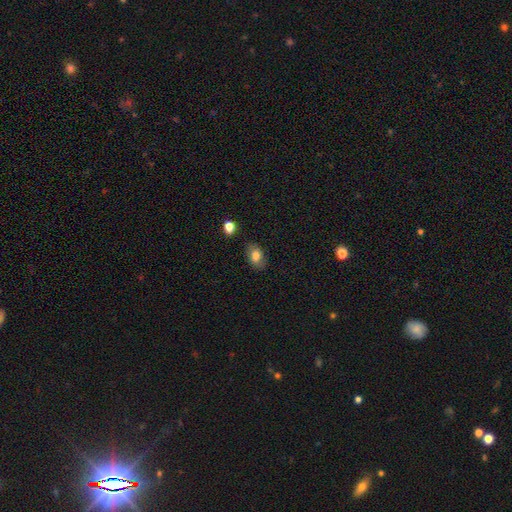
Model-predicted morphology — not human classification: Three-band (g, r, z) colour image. It shows a smooth galaxy with no disk features (78%) that is in between round and cigar-shaped (86%). Merging: none (83%).